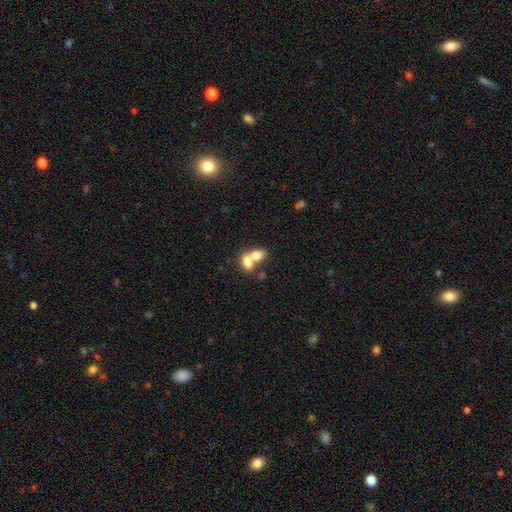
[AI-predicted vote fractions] This appears to be a smooth galaxy with no disk features (74%) that is in between round and cigar-shaped (78%). Merging: merger (69%).